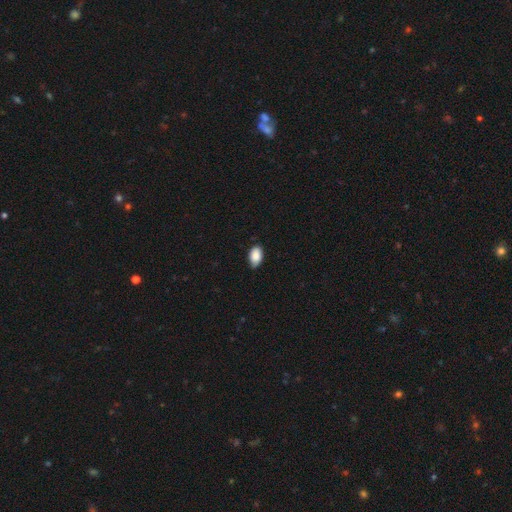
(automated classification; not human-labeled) The model was most divided on "merging": none: 74%, minor disturbance: 22%, major disturbance: 3%, merger: 1%. More confident: how rounded — in between (92%); smooth or featured — smooth (86%).